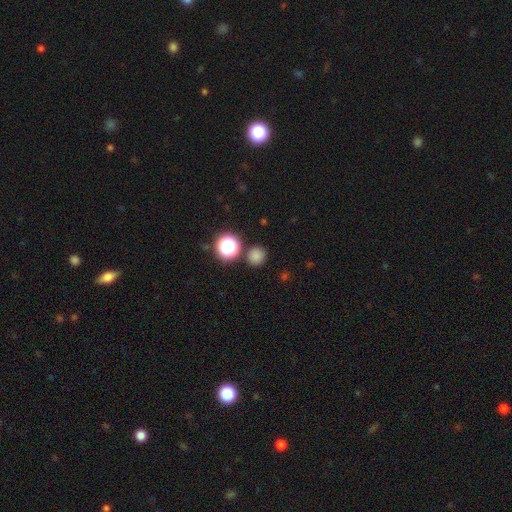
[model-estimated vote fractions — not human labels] This is likely a smooth galaxy (78%). How rounded: clearly round (90%). Merging: clearly none (84%).